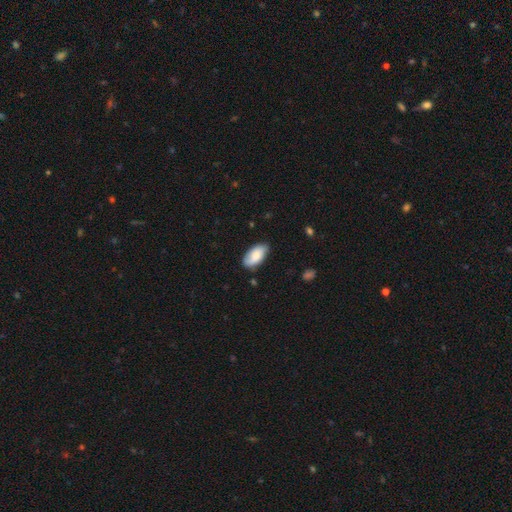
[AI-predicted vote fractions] smooth 76%, featured or disk 18%, star or artifact 6%. Down the decision tree: how rounded — in between (94%); merging — none (78%).